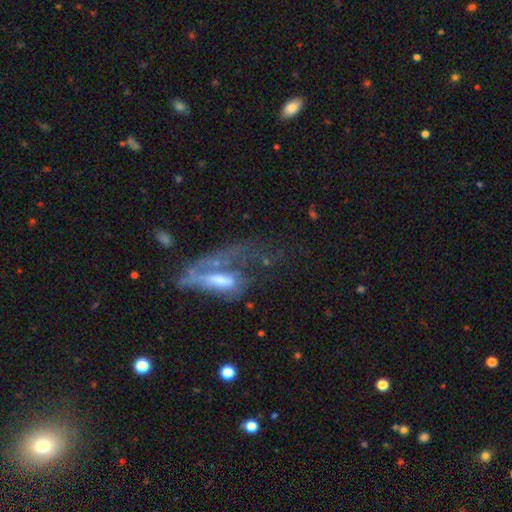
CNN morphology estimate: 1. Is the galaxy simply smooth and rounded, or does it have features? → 63% featured or disk, 23% smooth, 14% star or artifact.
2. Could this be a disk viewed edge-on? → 79% no, 21% yes.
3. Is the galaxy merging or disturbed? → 50% major disturbance, 25% none, 14% minor disturbance, 11% merger.